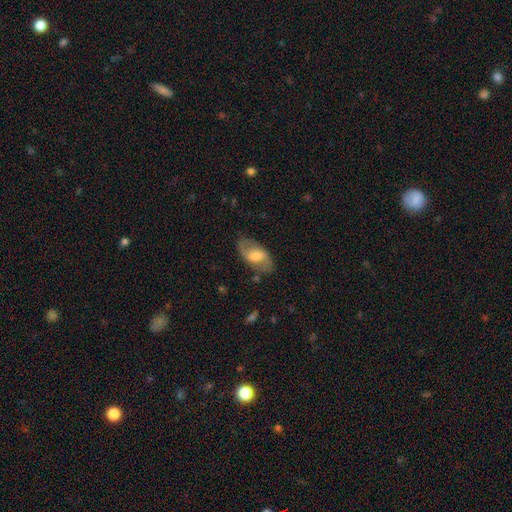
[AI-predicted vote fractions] Morphology: type=featured or disk (58%); edge-on=no (93%); bar=weak (48%); spiral arms=yes (76%); bulge=moderate (58%); merging=none (76%).